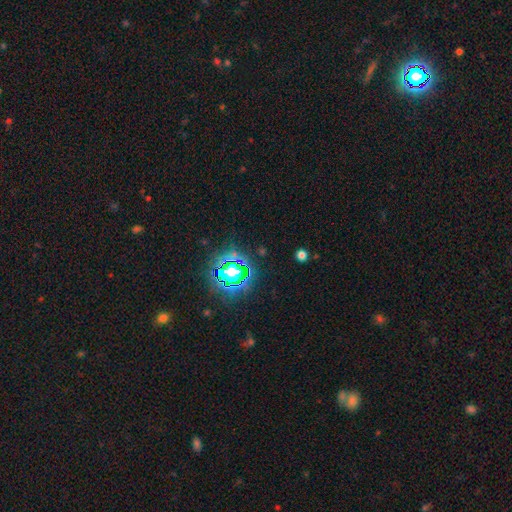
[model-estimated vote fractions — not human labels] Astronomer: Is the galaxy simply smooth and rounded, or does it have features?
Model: star or artifact — 80%.